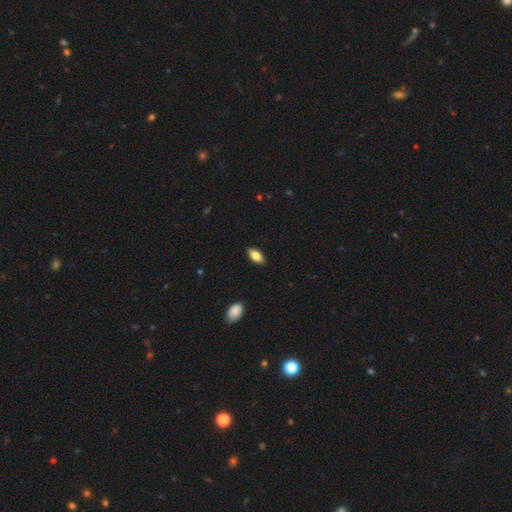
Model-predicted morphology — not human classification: Overall: smooth (81%). How rounded: in between (90%). Merging: none (88%).